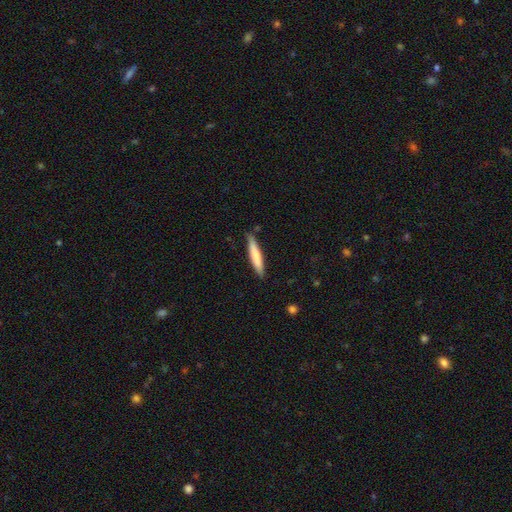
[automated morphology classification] A smooth galaxy with no disk features (71%) that is cigar-shaped (92%). Merging: none (85%).